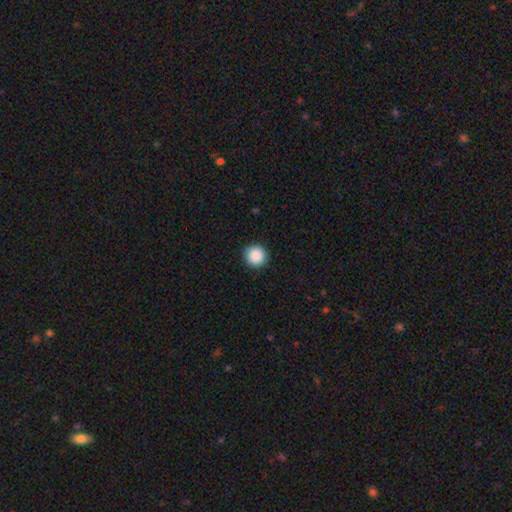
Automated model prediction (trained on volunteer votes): The model was most divided on "smooth or featured": smooth: 89%, star or artifact: 8%, featured or disk: 3%. More confident: how rounded — round (96%); merging — none (92%).